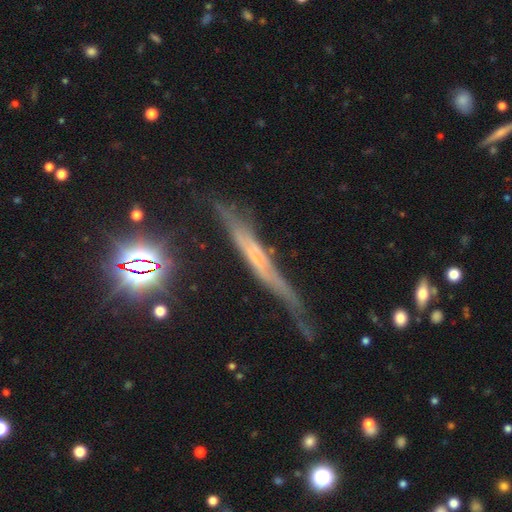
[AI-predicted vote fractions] Smooth or featured? featured or disk (60%)
Edge-on disk? yes (86%)
Edge-on bulge? none (59%)
Merging? none (53%)